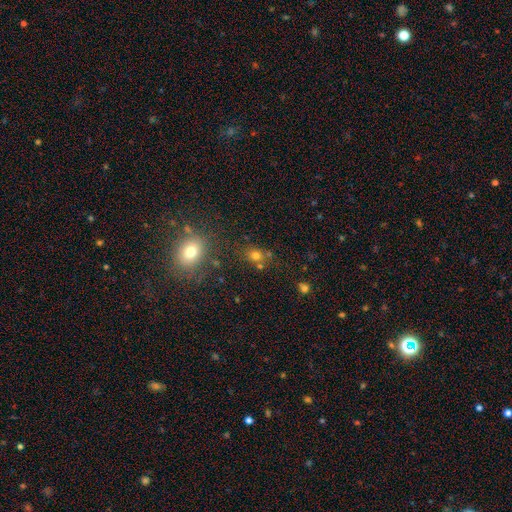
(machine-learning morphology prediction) Smooth or featured? smooth (70%)
How rounded? round (65%)
Merging? none (66%)